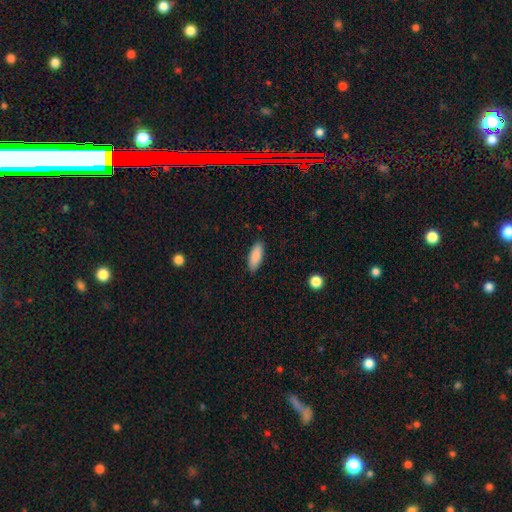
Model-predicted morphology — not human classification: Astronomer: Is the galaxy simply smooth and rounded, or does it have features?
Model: smooth — 88%.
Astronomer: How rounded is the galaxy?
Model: in between — 72%.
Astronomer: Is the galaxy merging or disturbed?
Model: none — 89%.